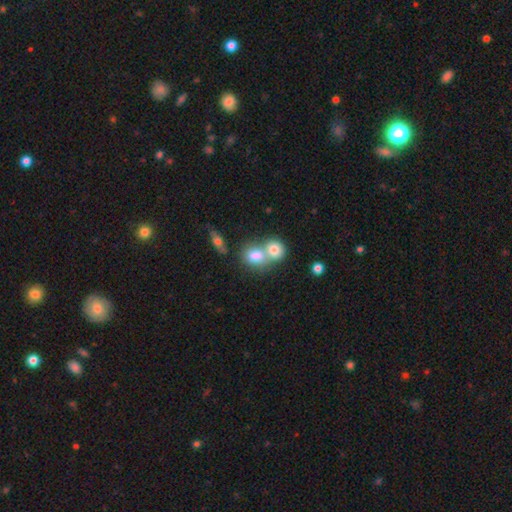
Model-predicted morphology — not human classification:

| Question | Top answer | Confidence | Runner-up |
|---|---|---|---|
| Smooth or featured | smooth | 78% | featured or disk (12%) |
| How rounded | round | 54% | in between (45%) |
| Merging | merger | 61% | none (29%) |